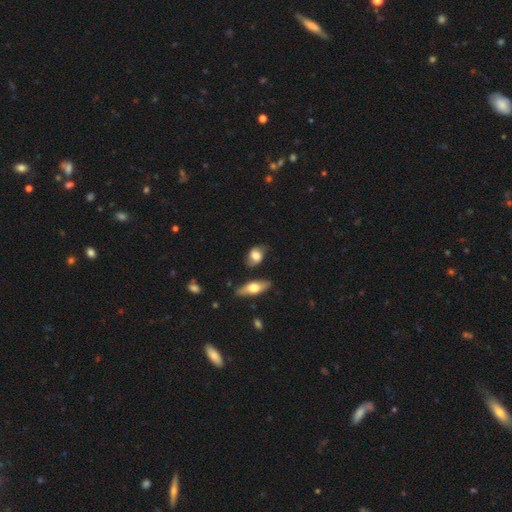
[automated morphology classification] smooth-or-featured: smooth: 63% | featured or disk: 29% | star or artifact: 8%
  how-rounded: in between: 67% | round: 29% | cigar-shaped: 3%
  merging: none: 64% | minor disturbance: 23% | major disturbance: 7% | merger: 6%